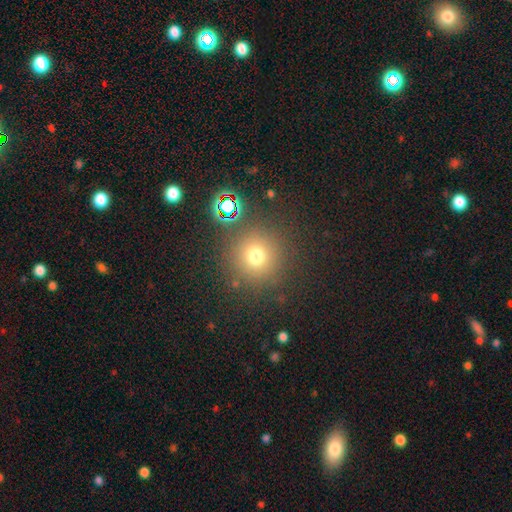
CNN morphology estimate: This appears to be a smooth galaxy with no disk features (71%) that is round (94%). Merging: none (85%).